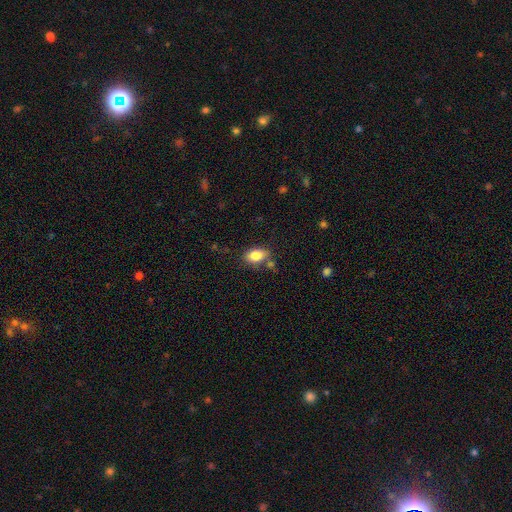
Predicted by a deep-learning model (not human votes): The model was most divided on "merging": none: 71%, minor disturbance: 16%, merger: 9%, major disturbance: 4%. More confident: how rounded — in between (85%); smooth or featured — smooth (83%).